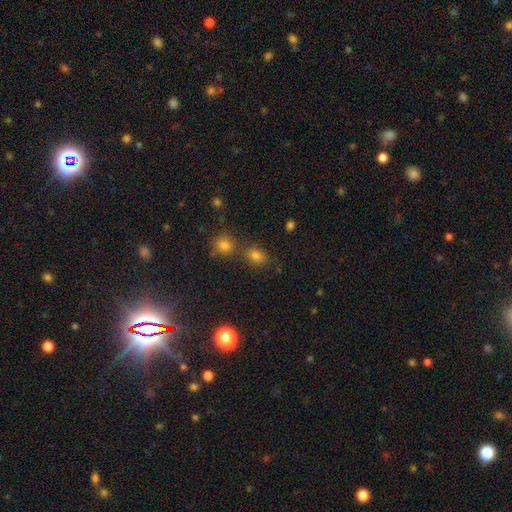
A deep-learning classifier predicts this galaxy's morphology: Overall: smooth (76%). How rounded: round (49%, tied with in between). Merging: none (64%).